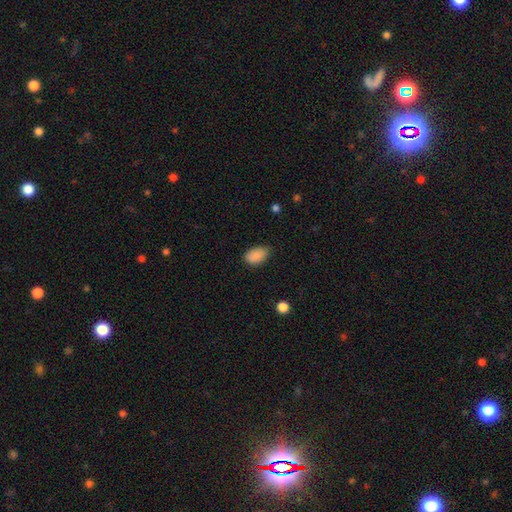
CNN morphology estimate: Smooth or featured?
  - smooth: 88% *
  - star or artifact: 8%
  - featured or disk: 4%
How rounded?
  - in between: 92% *
  - round: 7%
  - cigar-shaped: 2%
Merging?
  - none: 70% *
  - minor disturbance: 25%
  - major disturbance: 4%
  - merger: 1%